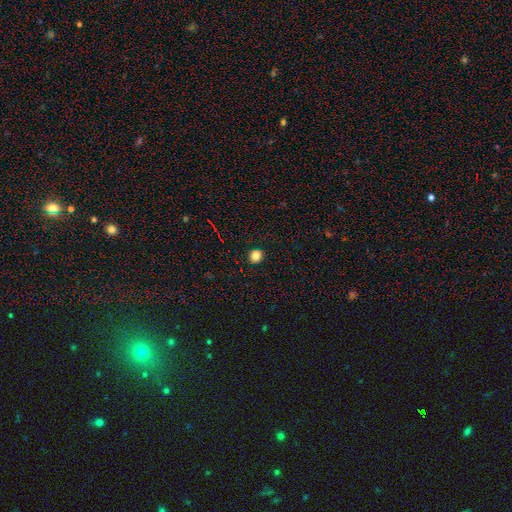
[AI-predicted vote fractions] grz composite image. It shows a smooth galaxy with no disk features (82%) that is round (86%). Merging: none (92%).